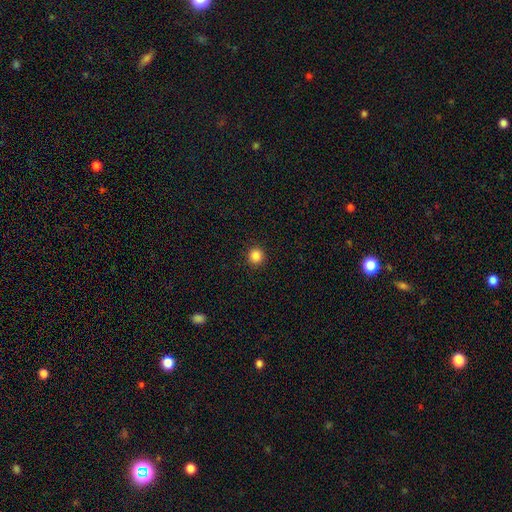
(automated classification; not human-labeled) Smooth or featured: smooth — 86% (star or artifact — 11%)
How rounded: round — 94% (in between — 6%)
Merging: none — 92% (minor disturbance — 5%)